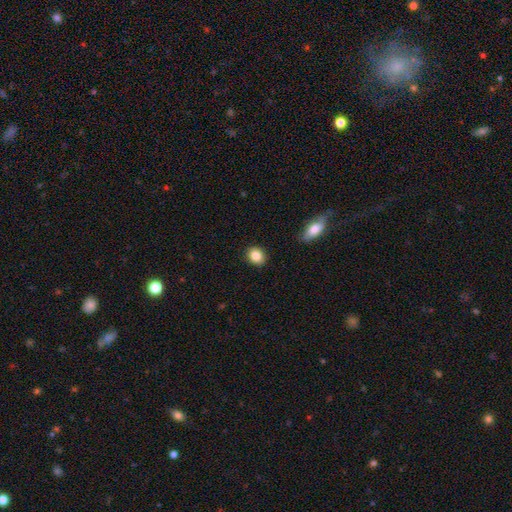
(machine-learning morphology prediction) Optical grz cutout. It shows a smooth galaxy with no disk features (85%) that is round (59%). Merging: none (89%).